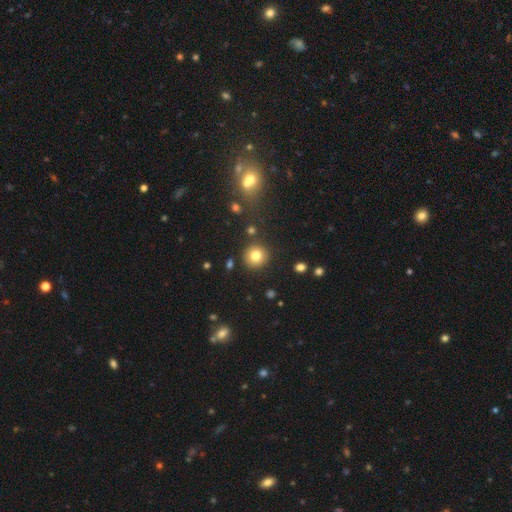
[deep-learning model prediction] Morphology: type=smooth (81%); roundness=round (94%); merging=none (87%).